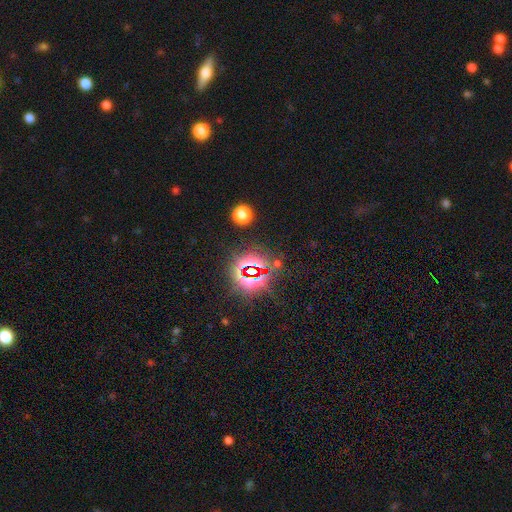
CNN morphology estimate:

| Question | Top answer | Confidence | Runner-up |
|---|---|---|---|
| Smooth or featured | star or artifact | 79% | smooth (13%) |